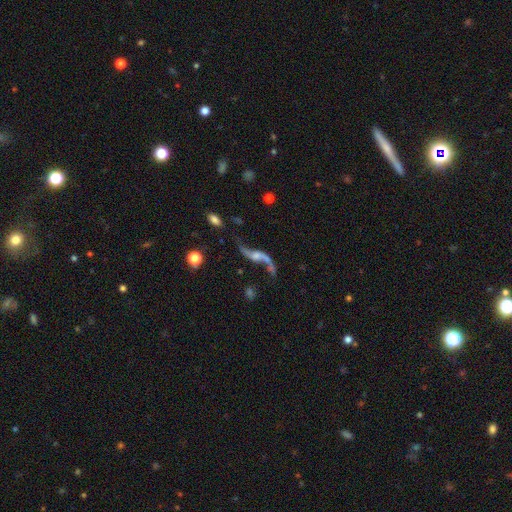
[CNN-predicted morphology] A featured or disk galaxy (85%) with no bar (58%), 2 (91%) loose (94%) spiral arms (93%) and a small central bulge (42%). Merging: none (60%).